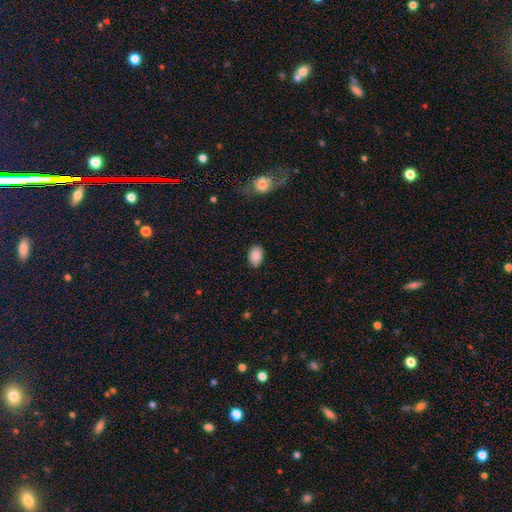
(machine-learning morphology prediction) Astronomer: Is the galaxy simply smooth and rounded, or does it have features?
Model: smooth — 88%.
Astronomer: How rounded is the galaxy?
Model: in between — 82%.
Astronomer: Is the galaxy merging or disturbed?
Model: none — 84%.